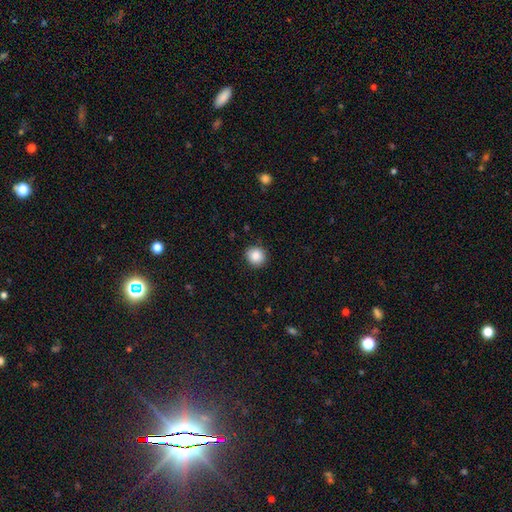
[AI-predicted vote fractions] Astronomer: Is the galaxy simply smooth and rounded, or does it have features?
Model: smooth — 87%.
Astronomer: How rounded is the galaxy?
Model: round — 87%.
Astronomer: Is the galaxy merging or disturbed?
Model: none — 89%.